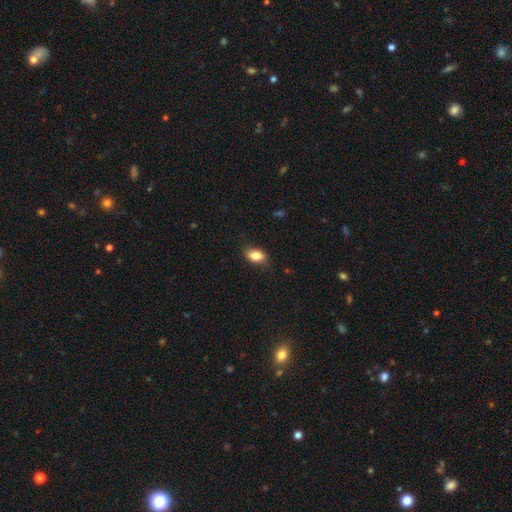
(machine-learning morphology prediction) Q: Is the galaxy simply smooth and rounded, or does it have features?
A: smooth — 83%.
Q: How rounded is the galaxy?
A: in between — 87%.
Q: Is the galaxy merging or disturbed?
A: none — 80%.